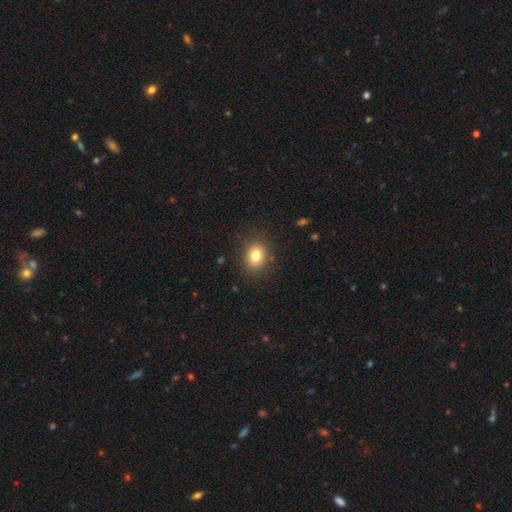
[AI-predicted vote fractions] A smooth galaxy with no disk features (82%) that is in between round and cigar-shaped (50%). Merging: none (86%).